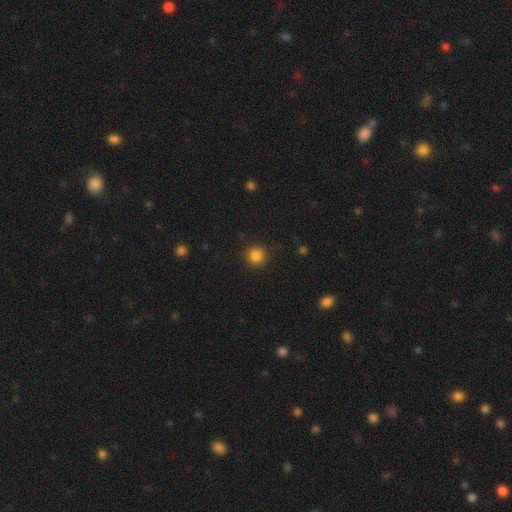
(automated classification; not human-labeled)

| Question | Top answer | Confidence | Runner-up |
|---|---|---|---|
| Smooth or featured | smooth | 84% | star or artifact (12%) |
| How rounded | round | 93% | in between (6%) |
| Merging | none | 88% | minor disturbance (8%) |